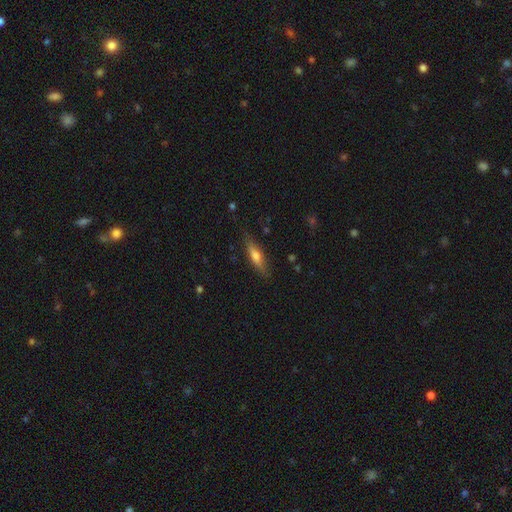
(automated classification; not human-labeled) This is possibly a smooth galaxy (55%). How rounded: likely cigar-shaped (70%). Merging: clearly none (83%).